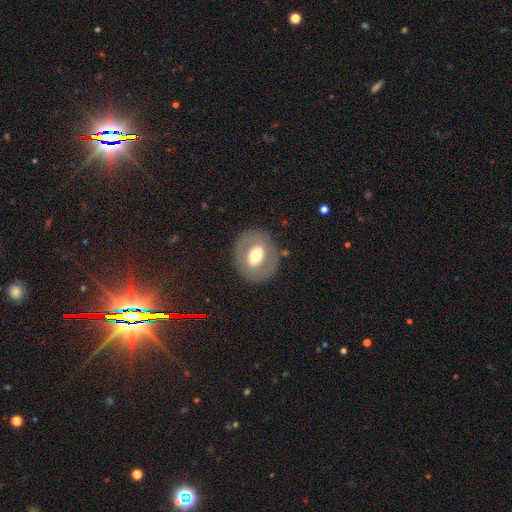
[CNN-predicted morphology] This is possibly a featured or disk galaxy (50%). Merging: clearly none (81%).